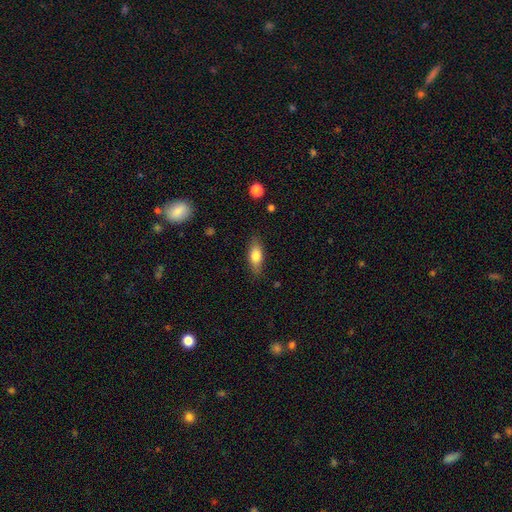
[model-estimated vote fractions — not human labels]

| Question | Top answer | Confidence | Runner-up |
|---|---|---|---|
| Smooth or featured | smooth | 75% | featured or disk (18%) |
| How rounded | in between | 74% | cigar-shaped (22%) |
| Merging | none | 83% | minor disturbance (13%) |